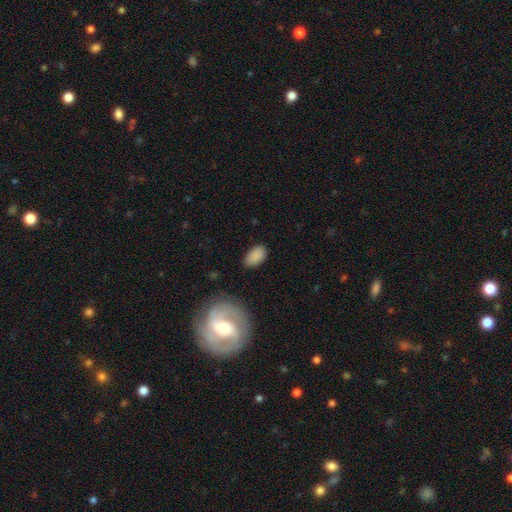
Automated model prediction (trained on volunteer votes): This appears to be a smooth galaxy with no disk features (85%) that is in between round and cigar-shaped (94%). Merging: none (79%).